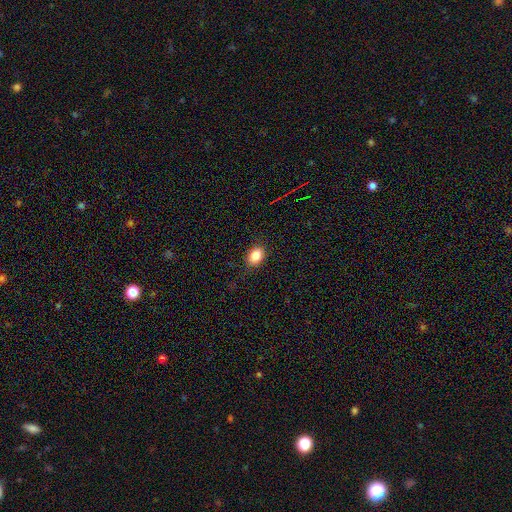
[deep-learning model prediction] smooth_or_featured: smooth (p=0.86) [alt: star or artifact p=0.09]
how_rounded: in between (p=0.72) [alt: round p=0.26]
merging: none (p=0.86) [alt: minor disturbance p=0.10]